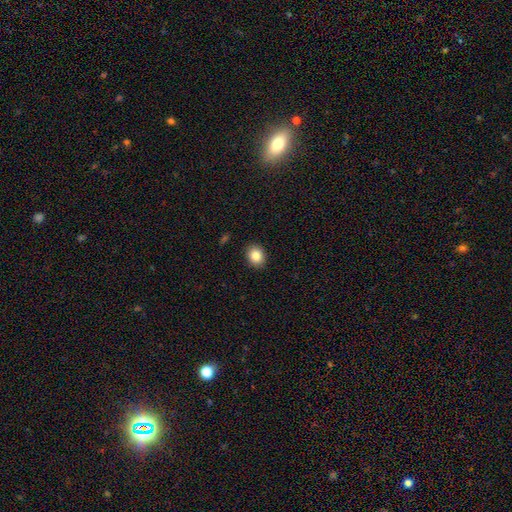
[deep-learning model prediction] smooth-or-featured: smooth: 85% | star or artifact: 9% | featured or disk: 6%
  how-rounded: round: 55% | in between: 44% | cigar-shaped: 1%
  merging: none: 90% | minor disturbance: 7% | major disturbance: 2% | merger: 1%